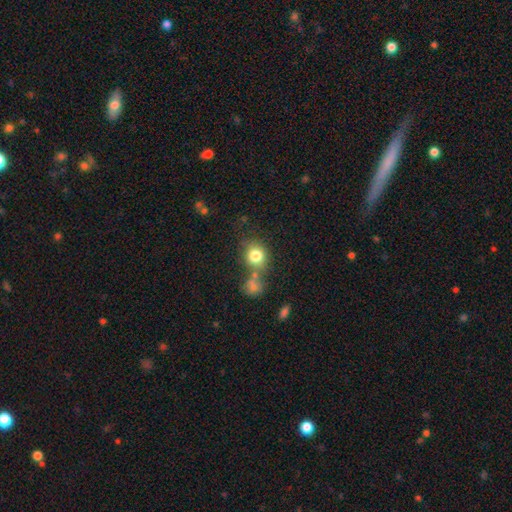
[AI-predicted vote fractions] A smooth galaxy with no disk features (80%) that is round (75%). Merging: none (58%).